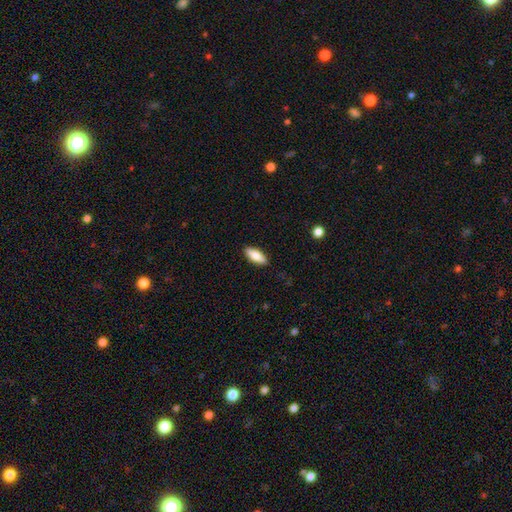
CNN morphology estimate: smooth-or-featured: smooth: 83% | featured or disk: 11% | star or artifact: 6%
  how-rounded: in between: 77% | cigar-shaped: 21% | round: 2%
  merging: none: 89% | minor disturbance: 8% | major disturbance: 2% | merger: 1%